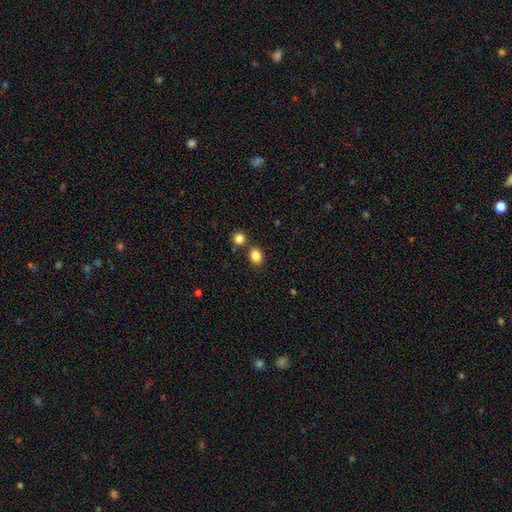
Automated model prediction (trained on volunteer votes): Q: Smooth or featured?
A: smooth (85%); runner-up: star or artifact (10%)
Q: How rounded?
A: in between (50%); runner-up: round (49%)
Q: Merging?
A: none (77%); runner-up: merger (12%)